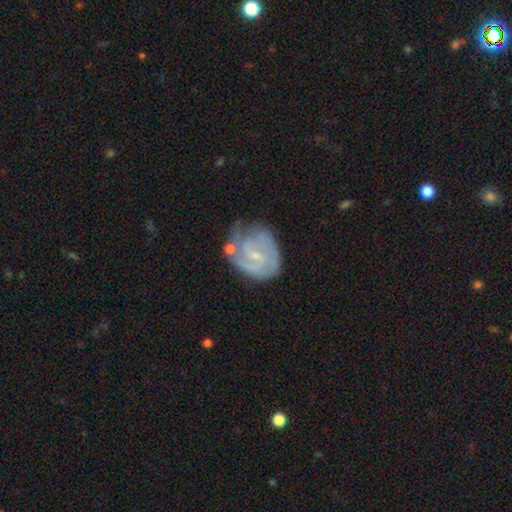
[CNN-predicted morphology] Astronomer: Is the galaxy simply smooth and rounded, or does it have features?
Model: featured or disk — 79%.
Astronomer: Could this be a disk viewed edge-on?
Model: no — 98%.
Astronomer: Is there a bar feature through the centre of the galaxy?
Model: weak — 48% (runner-up: no, 43%).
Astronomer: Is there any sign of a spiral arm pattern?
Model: yes — 92%.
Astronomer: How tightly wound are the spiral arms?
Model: tight — 52% (runner-up: medium, 36%).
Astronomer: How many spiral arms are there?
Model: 2 — 36% (runner-up: can't tell, 29%).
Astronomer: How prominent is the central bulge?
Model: small — 75%.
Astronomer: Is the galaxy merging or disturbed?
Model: none — 49% (runner-up: minor disturbance, 28%).